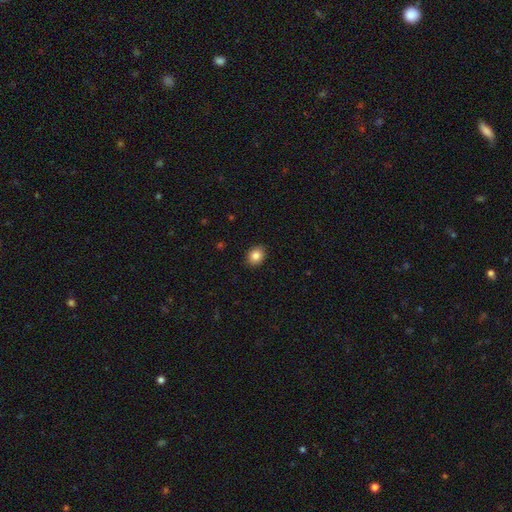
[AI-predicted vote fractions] This is clearly a smooth galaxy (86%). How rounded: possibly in between (55%). Merging: clearly none (89%).